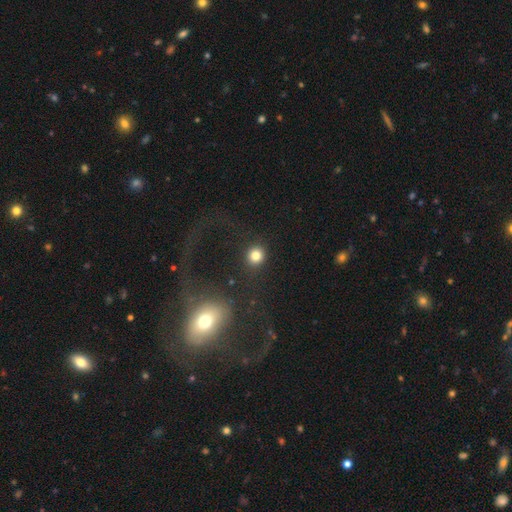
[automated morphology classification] Smooth or featured? Predicted: smooth (p=0.82). How rounded? Predicted: round (p=0.89). Merging? Predicted: none (p=0.87).